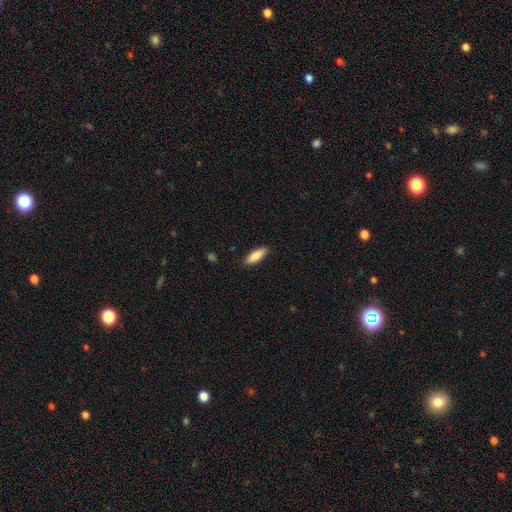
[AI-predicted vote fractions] Q: Smooth or featured?
A: smooth (86%); runner-up: featured or disk (8%)
Q: How rounded?
A: in between (58%); runner-up: cigar-shaped (40%)
Q: Merging?
A: none (88%); runner-up: minor disturbance (9%)